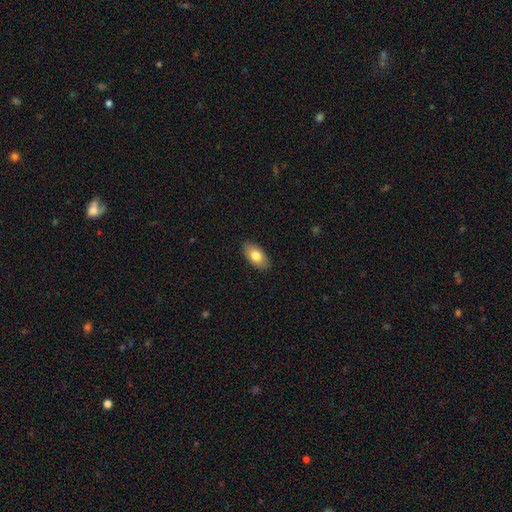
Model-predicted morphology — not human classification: The model was most divided on "smooth or featured": smooth: 79%, featured or disk: 15%, star or artifact: 6%. More confident: how rounded — in between (94%); merging — none (89%).